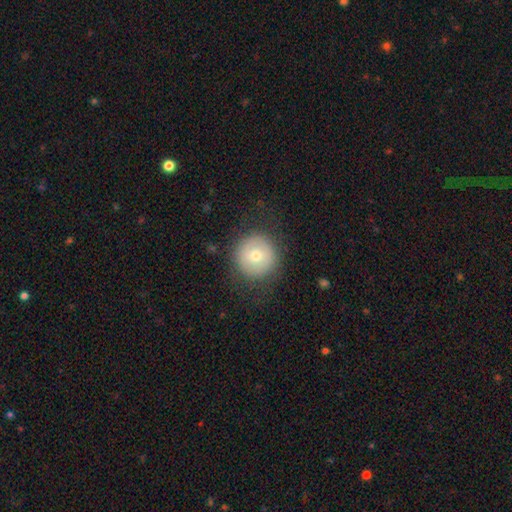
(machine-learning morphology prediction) The model was most divided on "smooth or featured": smooth: 68%, featured or disk: 23%, star or artifact: 10%. More confident: how rounded — round (95%); merging — none (84%).